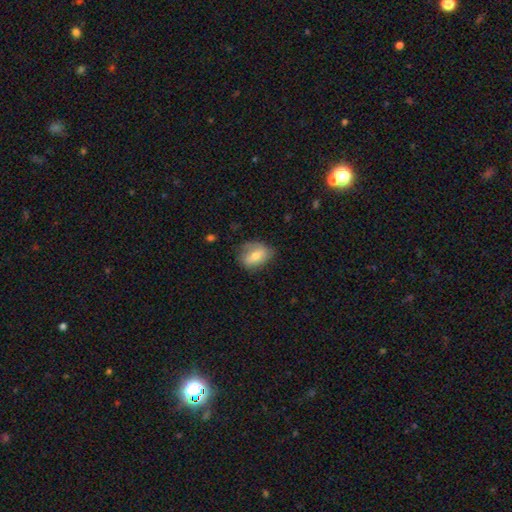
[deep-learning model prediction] Smooth or featured?
  - smooth: 64% *
  - featured or disk: 28%
  - star or artifact: 8%
How rounded?
  - in between: 71% *
  - round: 27%
  - cigar-shaped: 2%
Merging?
  - none: 66% *
  - minor disturbance: 25%
  - major disturbance: 7%
  - merger: 1%